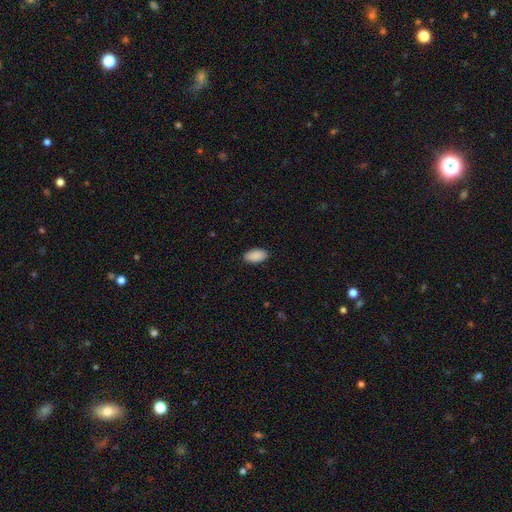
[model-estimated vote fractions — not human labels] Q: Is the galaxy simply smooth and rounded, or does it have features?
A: smooth — 91%.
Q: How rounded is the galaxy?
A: in between — 95%.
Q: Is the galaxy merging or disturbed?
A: none — 89%.